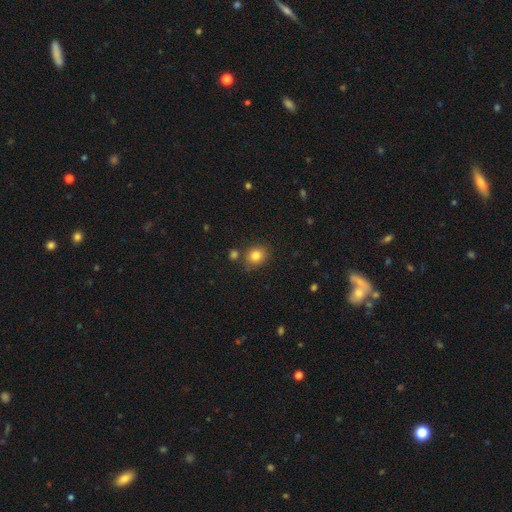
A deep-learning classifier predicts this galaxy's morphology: A smooth galaxy with no disk features (82%) that is round (70%). Merging: none (78%).